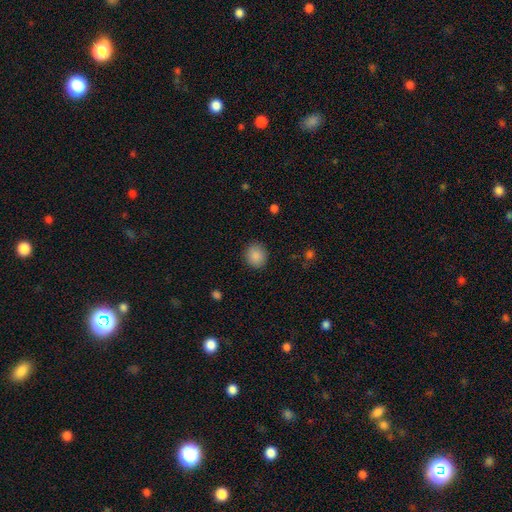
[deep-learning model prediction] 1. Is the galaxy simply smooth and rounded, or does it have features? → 88% smooth, 8% star or artifact, 4% featured or disk.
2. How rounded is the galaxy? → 80% round, 19% in between, 1% cigar-shaped.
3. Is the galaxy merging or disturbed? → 89% none, 8% minor disturbance, 2% major disturbance, 1% merger.